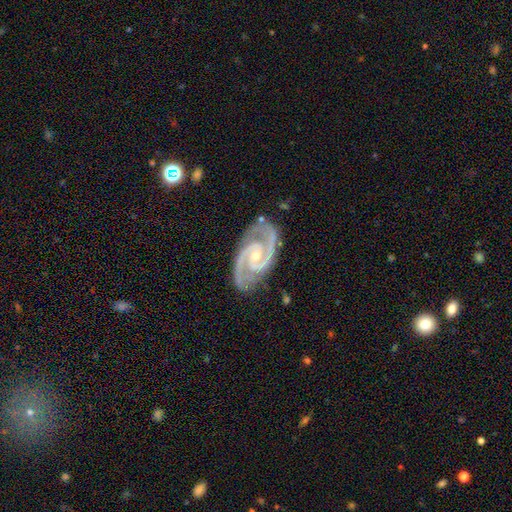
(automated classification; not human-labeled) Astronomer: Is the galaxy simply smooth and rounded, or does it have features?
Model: featured or disk — 94%.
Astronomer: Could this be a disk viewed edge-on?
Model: no — 98%.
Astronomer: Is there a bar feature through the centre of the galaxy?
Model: no — 50% (runner-up: weak, 35%).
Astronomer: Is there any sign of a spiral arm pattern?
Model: yes — 99%.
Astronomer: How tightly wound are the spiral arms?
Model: medium — 54% (runner-up: tight, 41%).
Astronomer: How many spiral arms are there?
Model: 2 — 93%.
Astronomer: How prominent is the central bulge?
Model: small — 69%.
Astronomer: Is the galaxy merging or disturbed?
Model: none — 82%.